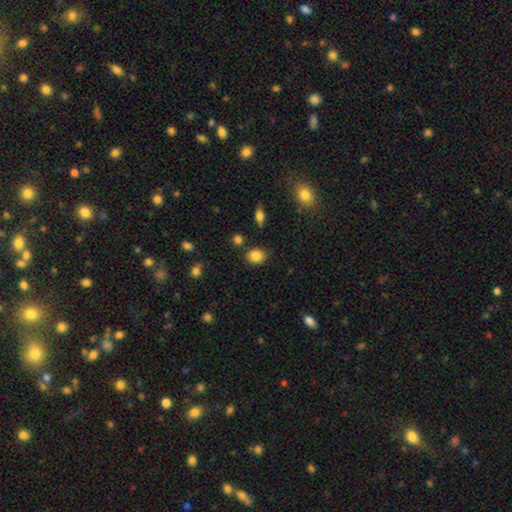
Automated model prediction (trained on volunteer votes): smooth_or_featured: smooth (p=0.85) [alt: star or artifact p=0.09]
how_rounded: round (p=0.55) [alt: in between p=0.44]
merging: none (p=0.82) [alt: minor disturbance p=0.12]